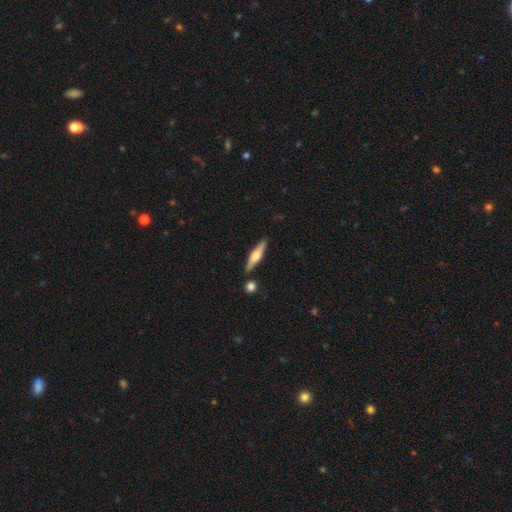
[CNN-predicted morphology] smooth-or-featured: featured or disk: 52% | smooth: 42% | star or artifact: 6%
  disk-edge-on: yes: 95% | no: 5%
  merging: none: 83% | minor disturbance: 9% | merger: 6% | major disturbance: 2%